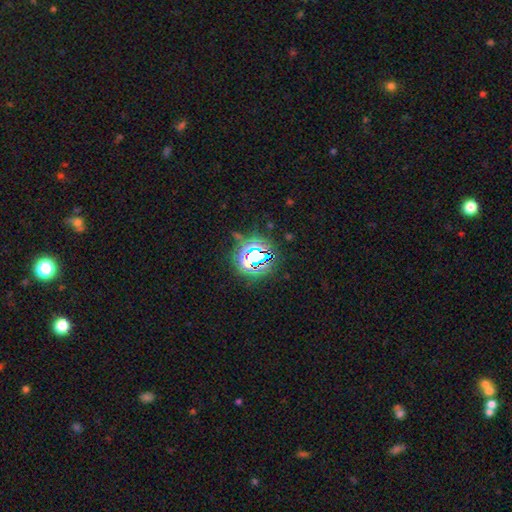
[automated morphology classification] A star or artifact, not a galaxy (72%).

Vote fractions:
- Smooth or featured? star or artifact: 72% / smooth: 18% / featured or disk: 10%